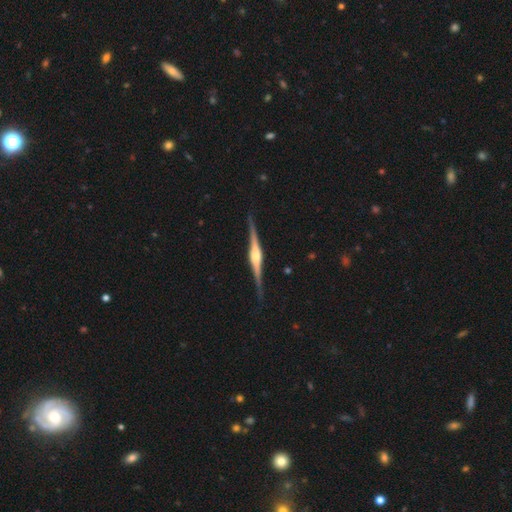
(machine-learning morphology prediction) A featured or disk galaxy (85%) viewed edge-on (98%) with a rounded central bulge (82%). Merging: none (89%).